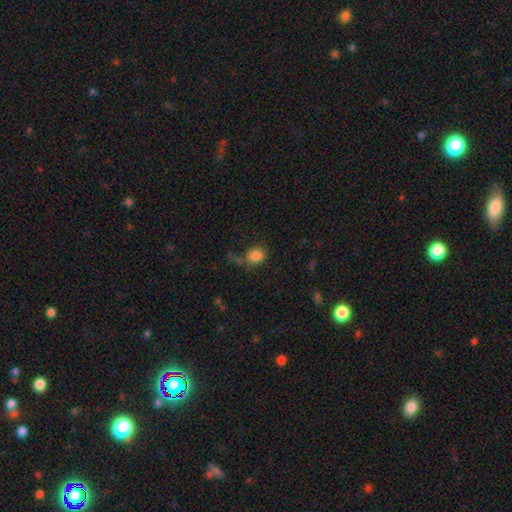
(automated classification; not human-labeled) Q: Smooth or featured?
A: smooth (84%); runner-up: star or artifact (10%)
Q: How rounded?
A: round (64%); runner-up: in between (35%)
Q: Merging?
A: none (64%); runner-up: minor disturbance (17%)